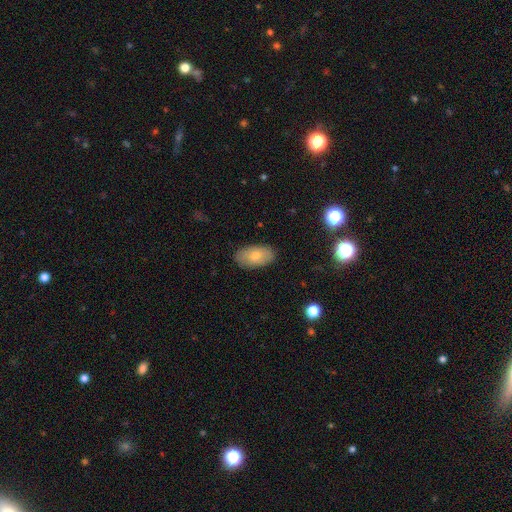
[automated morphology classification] Q: Smooth or featured?
A: smooth (74%); runner-up: featured or disk (19%)
Q: How rounded?
A: in between (94%); runner-up: round (4%)
Q: Merging?
A: none (86%); runner-up: minor disturbance (11%)